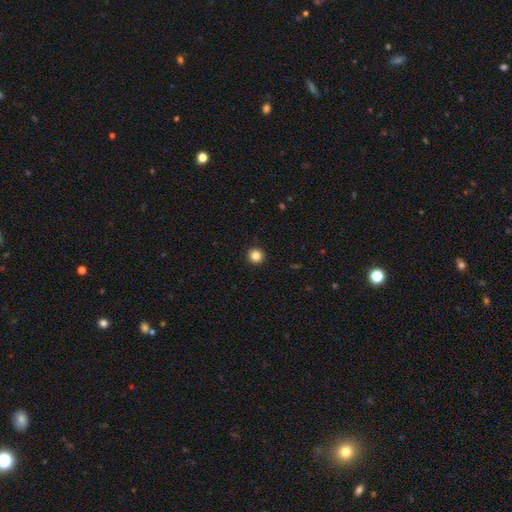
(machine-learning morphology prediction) The model was most divided on "smooth or featured": smooth: 84%, star or artifact: 11%, featured or disk: 4%. More confident: how rounded — round (96%); merging — none (94%).